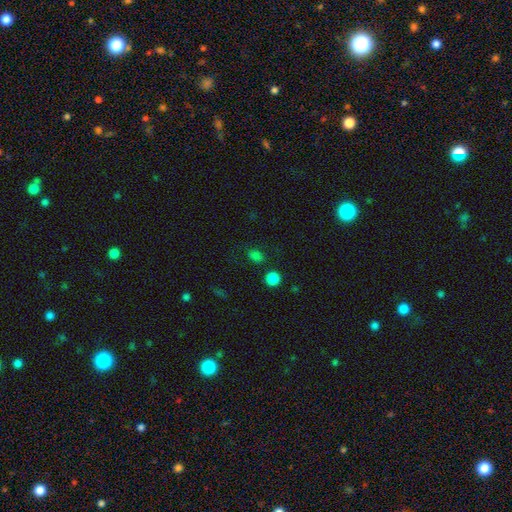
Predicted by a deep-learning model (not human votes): The model was most divided on "how rounded": round: 52%, in between: 46%, cigar-shaped: 1%. More confident: merging — none (77%); smooth or featured — smooth (75%).